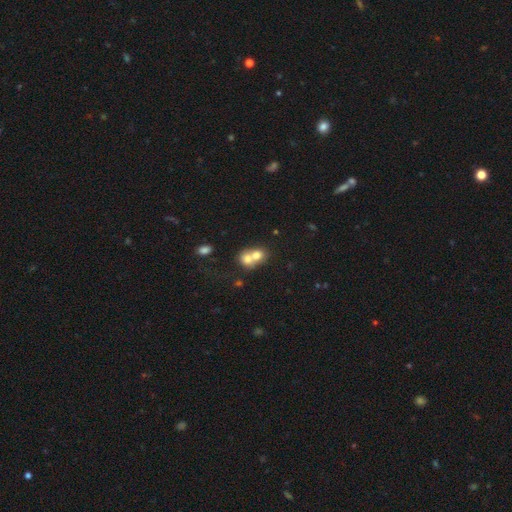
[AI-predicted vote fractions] smooth-or-featured: smooth: 69% | featured or disk: 21% | star or artifact: 9%
  how-rounded: round: 63% | in between: 36% | cigar-shaped: 1%
  merging: merger: 74% | none: 19% | minor disturbance: 5% | major disturbance: 2%